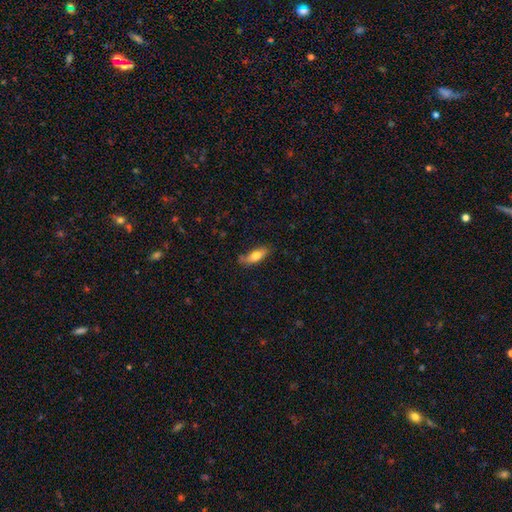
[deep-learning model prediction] Smooth or featured? Predicted: smooth (p=0.73). How rounded? Predicted: in between (p=0.62). Merging? Predicted: none (p=0.70).